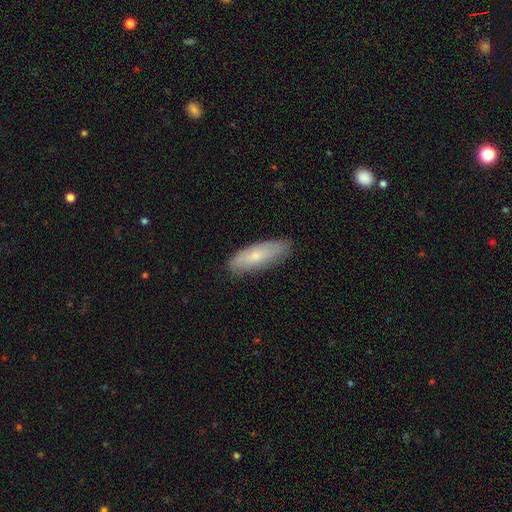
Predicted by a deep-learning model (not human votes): Q: Smooth or featured?
A: smooth (66%); runner-up: featured or disk (27%)
Q: How rounded?
A: in between (61%); runner-up: cigar-shaped (37%)
Q: Merging?
A: none (81%); runner-up: minor disturbance (15%)